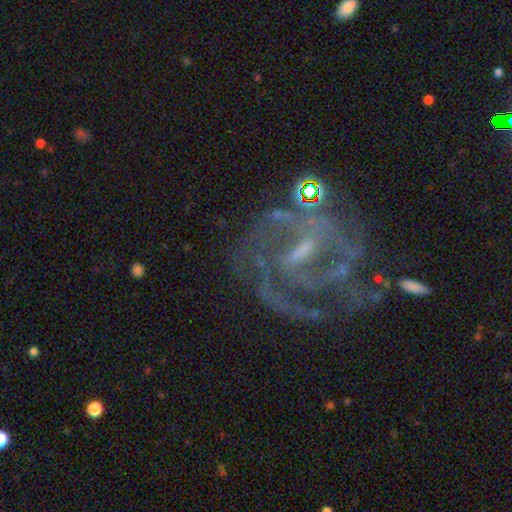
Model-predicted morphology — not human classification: Q: Smooth or featured?
A: featured or disk (83%); runner-up: star or artifact (10%)
Q: Edge-on disk?
A: no (97%); runner-up: yes (3%)
Q: Bar?
A: weak (48%); runner-up: strong (33%)
Q: Spiral arms?
A: yes (87%); runner-up: no (13%)
Q: Spiral winding?
A: tight (46%); runner-up: medium (41%)
Q: Spiral arm count?
A: 2 (30%); tied with: can't tell (30%)
Q: Bulge size?
A: small (46%); runner-up: none (27%)
Q: Merging?
A: none (59%); runner-up: major disturbance (19%)